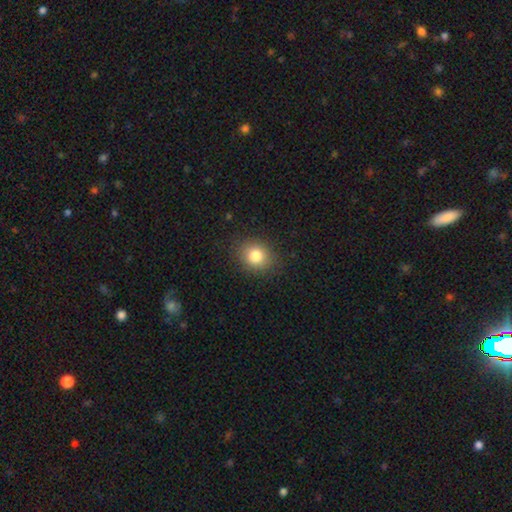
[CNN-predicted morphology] Overall: smooth (82%). How rounded: round (71%). Merging: none (87%).